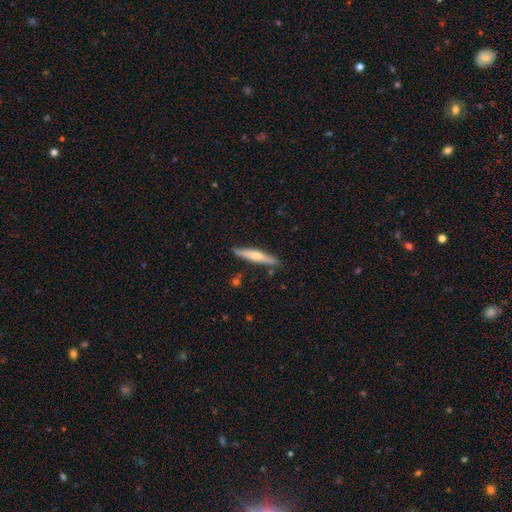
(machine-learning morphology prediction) type=featured or disk (50%); merging=none (86%).